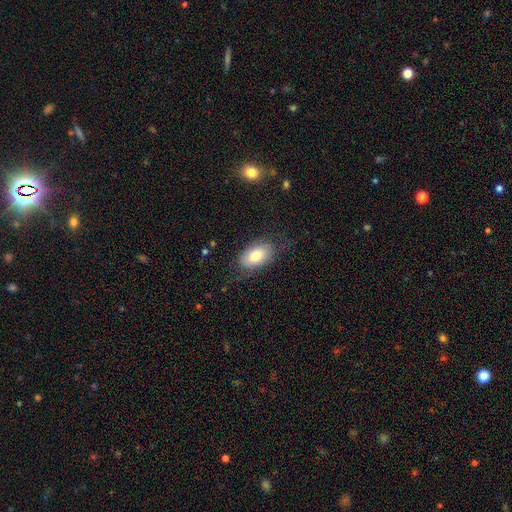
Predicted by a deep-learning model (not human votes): Smooth or featured: smooth — 70% (featured or disk — 23%)
How rounded: in between — 93% (round — 5%)
Merging: none — 66% (minor disturbance — 21%)